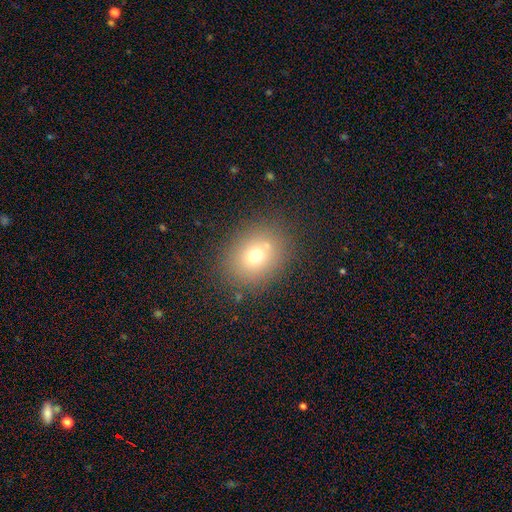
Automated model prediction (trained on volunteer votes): Smooth or featured?
  - smooth: 69% *
  - star or artifact: 16%
  - featured or disk: 15%
How rounded?
  - round: 52% *
  - in between: 47%
  - cigar-shaped: 1%
Merging?
  - none: 79% *
  - minor disturbance: 11%
  - merger: 6%
  - major disturbance: 4%